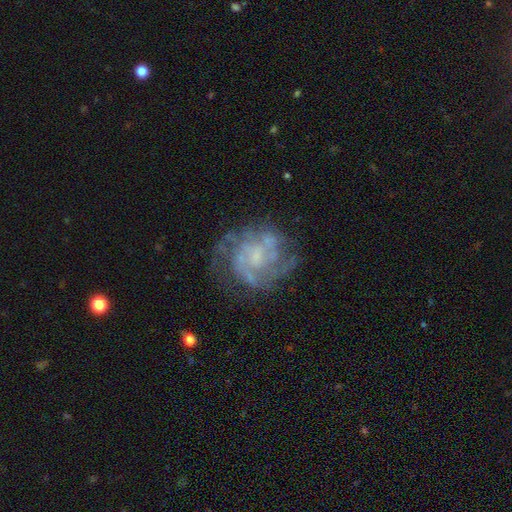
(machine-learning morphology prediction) smooth-or-featured: featured or disk: 81% | smooth: 11% | star or artifact: 8%
  disk-edge-on: no: 98% | yes: 2%
    bar: no: 62% | weak: 32% | strong: 6%
    has-spiral-arms: yes: 86% | no: 14%
      spiral-winding: tight: 50% | medium: 39% | loose: 12%
      spiral-arm-count: can't tell: 36% | 2: 25% | 3: 21% | 4: 8% | 1: 5% | more than 4: 5%
    bulge-size: small: 41% | none: 35% | moderate: 20% | large: 3% | dominant: 1%
  merging: none: 66% | minor disturbance: 18% | major disturbance: 14% | merger: 2%